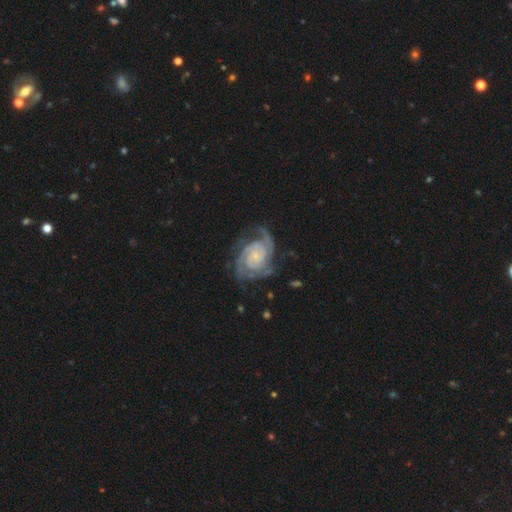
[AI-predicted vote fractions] A featured or disk galaxy (91%) with no bar (72%), 2 (45%) tight (63%) spiral arms (98%) and a small central bulge (73%). Merging: none (70%).